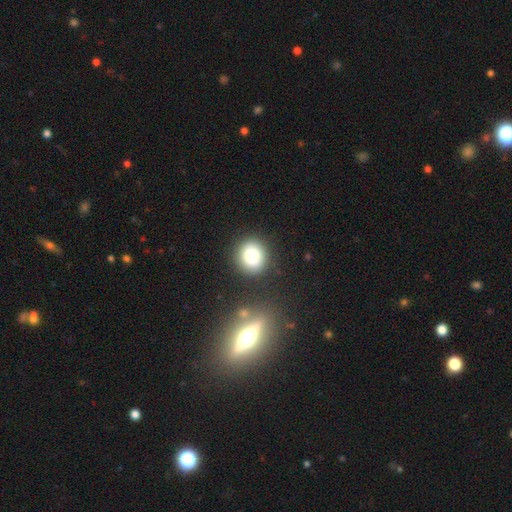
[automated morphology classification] Smooth or featured? smooth (83%)
How rounded? round (80%)
Merging? none (85%)